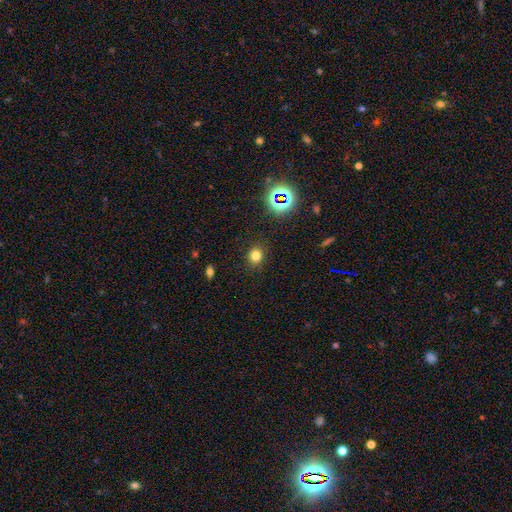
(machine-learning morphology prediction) Smooth or featured? Predicted: smooth (p=0.76). How rounded? Predicted: round (p=0.76). Merging? Predicted: none (p=0.88).